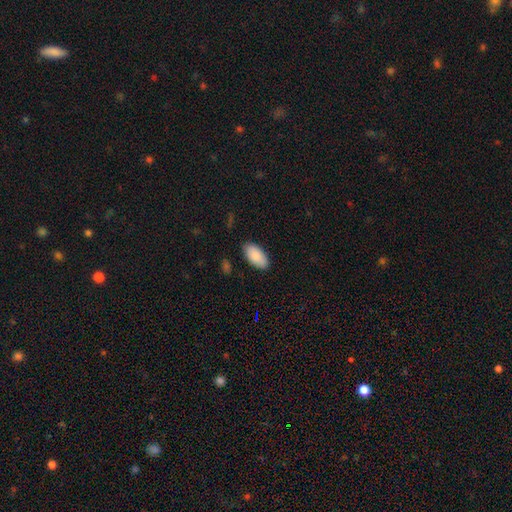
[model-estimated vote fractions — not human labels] Smooth or featured?
  - smooth: 89% *
  - star or artifact: 6%
  - featured or disk: 5%
How rounded?
  - in between: 95% *
  - cigar-shaped: 3%
  - round: 2%
Merging?
  - none: 86% *
  - minor disturbance: 10%
  - major disturbance: 2%
  - merger: 1%